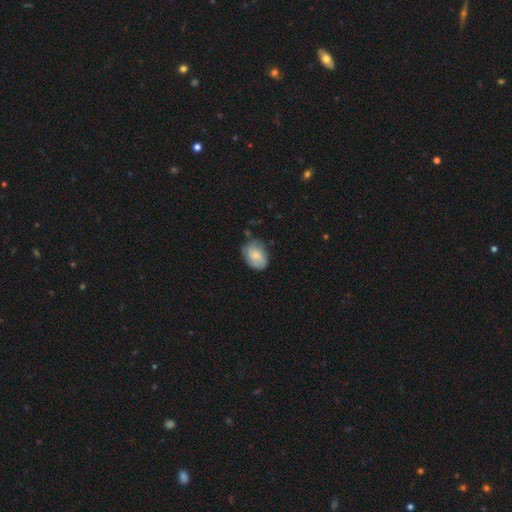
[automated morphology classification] This is likely a smooth galaxy (62%). How rounded: likely in between (75%). Merging: possibly none (59%).